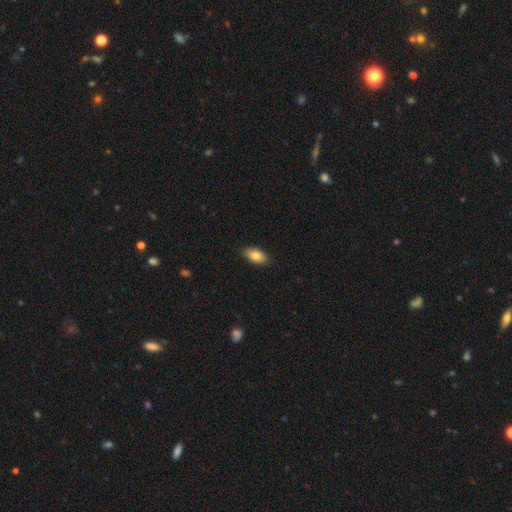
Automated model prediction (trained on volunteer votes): smooth_or_featured: smooth (p=0.81) [alt: featured or disk p=0.12]
how_rounded: in between (p=0.91) [alt: cigar-shaped p=0.06]
merging: none (p=0.87) [alt: minor disturbance p=0.10]